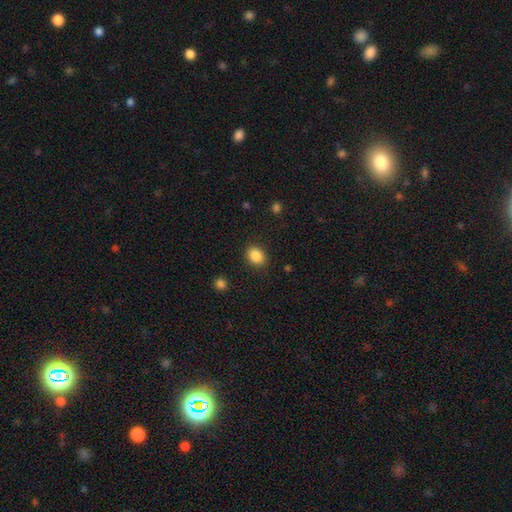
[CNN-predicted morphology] A smooth galaxy with no disk features (87%) that is in between round and cigar-shaped (59%).

Vote fractions:
- Smooth or featured? smooth: 87% / star or artifact: 9% / featured or disk: 4%
- How rounded? in between: 59% / round: 40% / cigar-shaped: 1%
- Merging? none: 86% / minor disturbance: 9% / major disturbance: 3% / merger: 1%